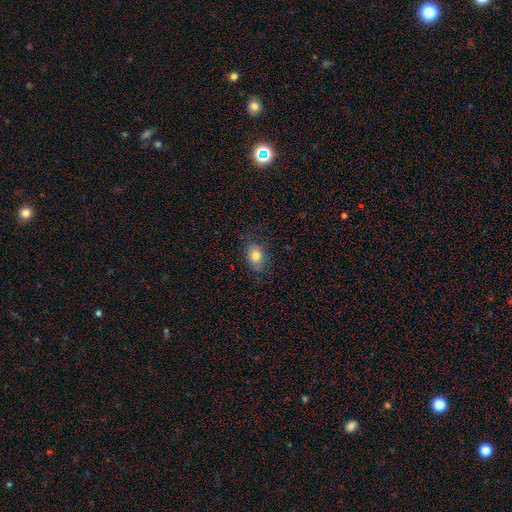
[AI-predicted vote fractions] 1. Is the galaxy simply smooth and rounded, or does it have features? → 80% smooth, 10% featured or disk, 9% star or artifact.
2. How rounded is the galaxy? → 70% in between, 29% round, 1% cigar-shaped.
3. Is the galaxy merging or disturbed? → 75% none, 18% minor disturbance, 6% major disturbance, 1% merger.